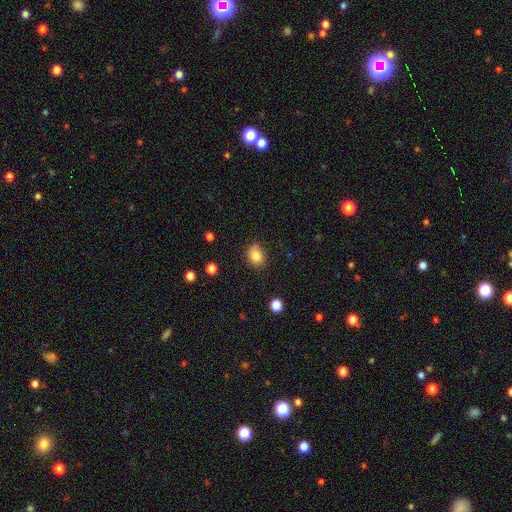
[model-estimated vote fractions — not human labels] This is clearly a smooth galaxy (83%). How rounded: possibly round (51%). Merging: likely none (75%).